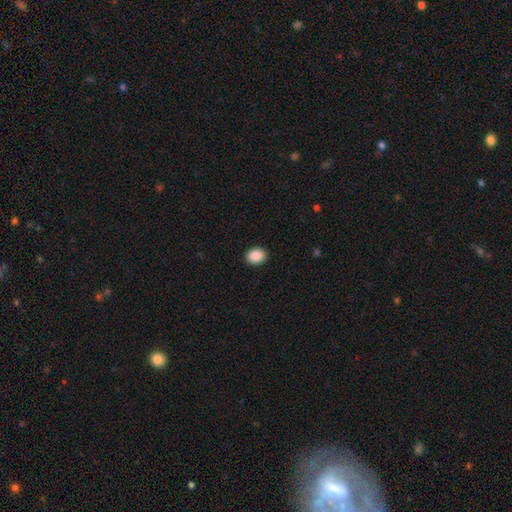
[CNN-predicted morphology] smooth 89%, star or artifact 8%, featured or disk 3%. Down the decision tree: how rounded — in between (54%); merging — none (91%).